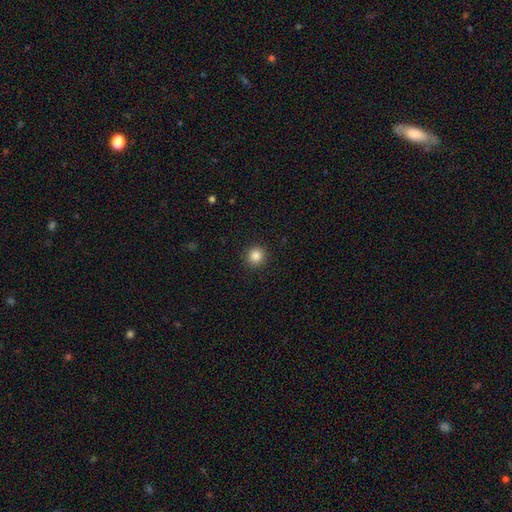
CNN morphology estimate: A smooth galaxy with no disk features (85%) that is round (93%).

Vote fractions:
- Smooth or featured? smooth: 85% / star or artifact: 11% / featured or disk: 4%
- How rounded? round: 93% / in between: 6% / cigar-shaped: 1%
- Merging? none: 92% / minor disturbance: 5% / major disturbance: 2% / merger: 1%